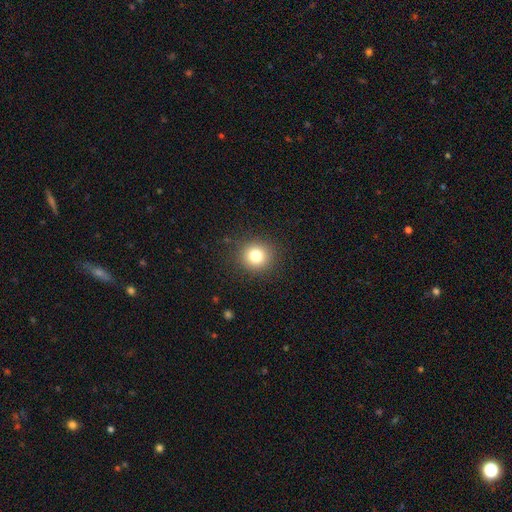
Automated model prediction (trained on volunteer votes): smooth_or_featured: smooth (p=0.79) [alt: star or artifact p=0.13]
how_rounded: round (p=0.92) [alt: in between p=0.07]
merging: none (p=0.90) [alt: minor disturbance p=0.07]